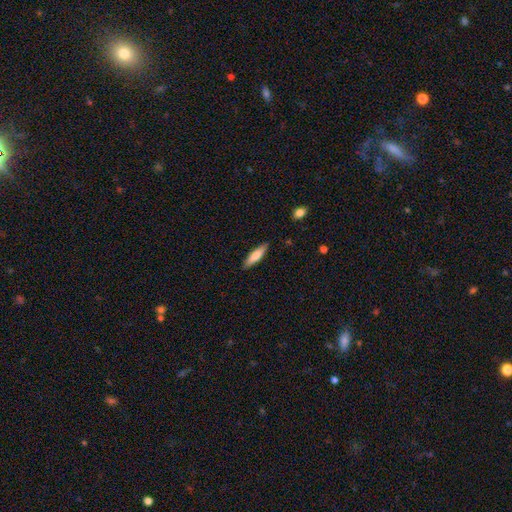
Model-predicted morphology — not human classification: Smooth or featured?
  - smooth: 69% *
  - featured or disk: 26%
  - star or artifact: 6%
How rounded?
  - cigar-shaped: 73% *
  - in between: 25%
  - round: 2%
Merging?
  - none: 88% *
  - minor disturbance: 9%
  - major disturbance: 2%
  - merger: 1%